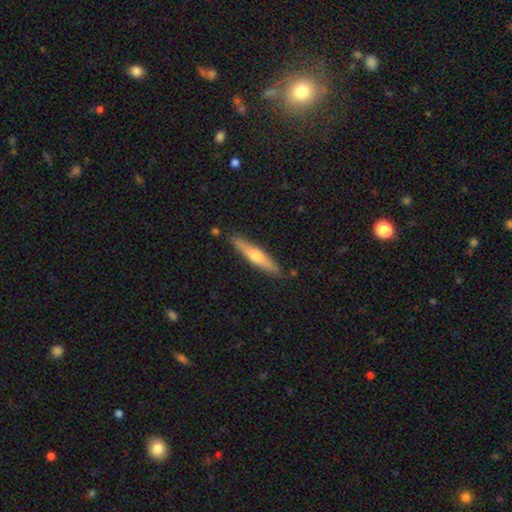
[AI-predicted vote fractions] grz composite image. It shows a featured or disk galaxy (51%) viewed edge-on (94%). Merging: none (86%).